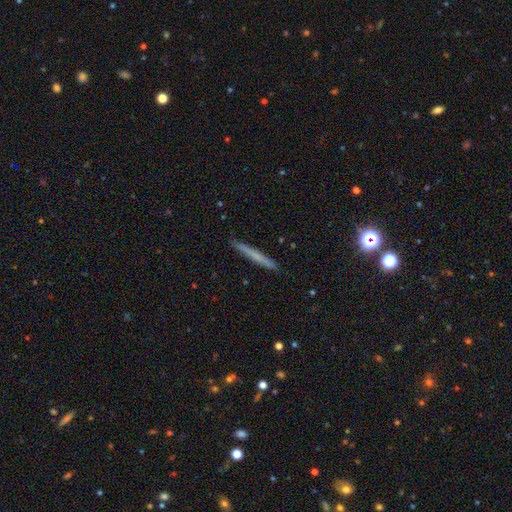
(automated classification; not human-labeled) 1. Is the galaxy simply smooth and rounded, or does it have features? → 58% smooth, 34% featured or disk, 7% star or artifact.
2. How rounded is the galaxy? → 97% cigar-shaped, 2% in between, 1% round.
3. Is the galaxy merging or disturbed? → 92% none, 6% minor disturbance, 1% major disturbance, 1% merger.